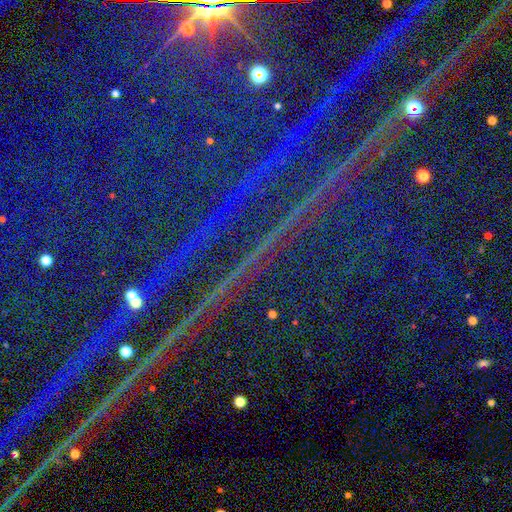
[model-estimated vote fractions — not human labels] Overall: star or artifact (87%).